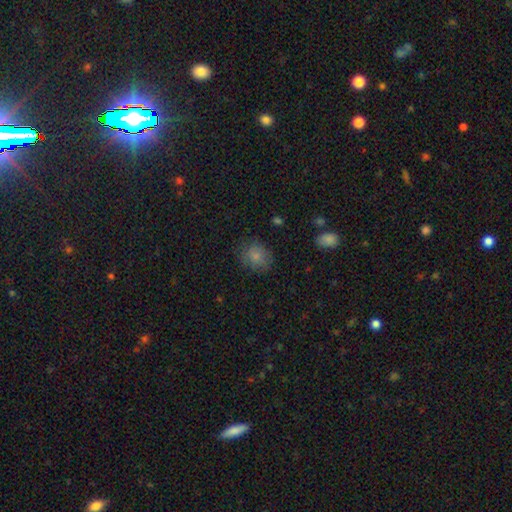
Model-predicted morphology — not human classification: The model was most divided on "how rounded": round: 73%, in between: 26%, cigar-shaped: 1%. More confident: smooth or featured — smooth (82%); merging — none (74%).